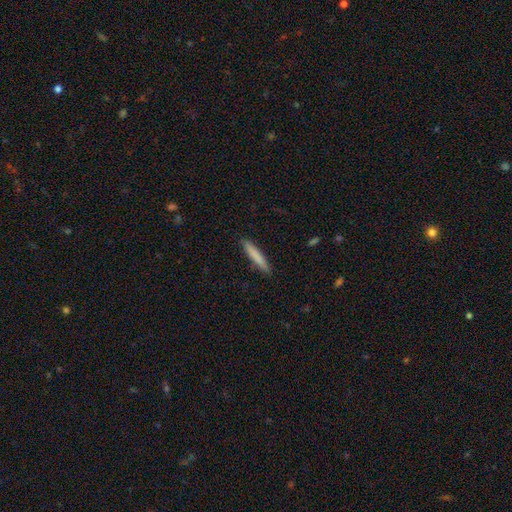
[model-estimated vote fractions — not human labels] A smooth galaxy with no disk features (79%) that is cigar-shaped (94%).

Vote fractions:
- Smooth or featured? smooth: 79% / featured or disk: 15% / star or artifact: 6%
- How rounded? cigar-shaped: 94% / in between: 5% / round: 1%
- Merging? none: 90% / minor disturbance: 7% / major disturbance: 2% / merger: 1%